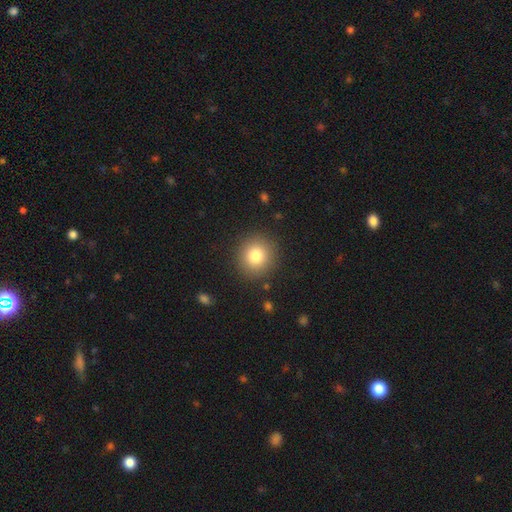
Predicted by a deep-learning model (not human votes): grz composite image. It shows a smooth galaxy with no disk features (81%) that is round (91%). Merging: none (90%).